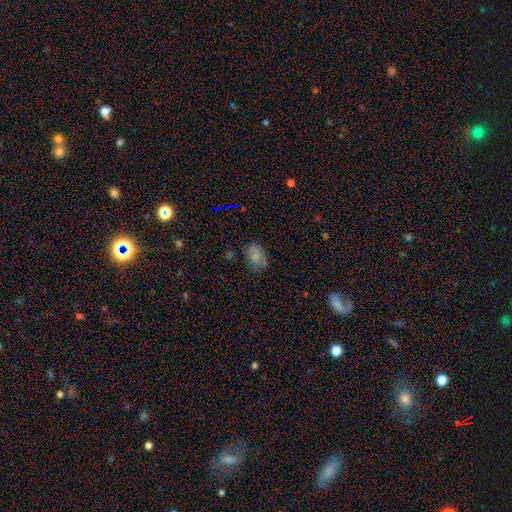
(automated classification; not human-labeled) This appears to be a smooth galaxy with no disk features (68%) that is in between round and cigar-shaped (80%). Merging: none (69%).